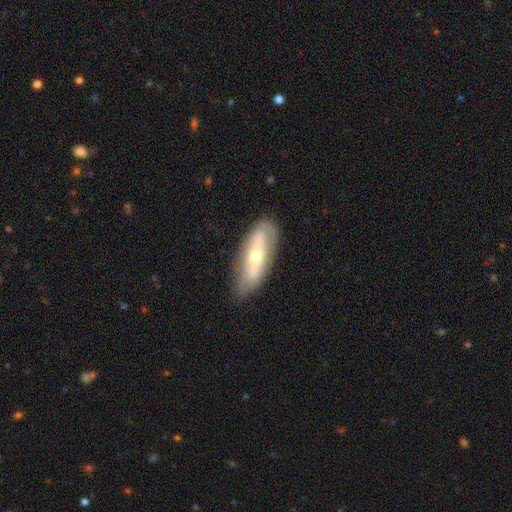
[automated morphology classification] A featured or disk galaxy (55%).

Vote fractions:
- Smooth or featured? featured or disk: 55% / smooth: 38% / star or artifact: 6%
- Edge-on disk? no: 74% / yes: 26%
- Merging? none: 77% / minor disturbance: 16% / major disturbance: 5% / merger: 1%